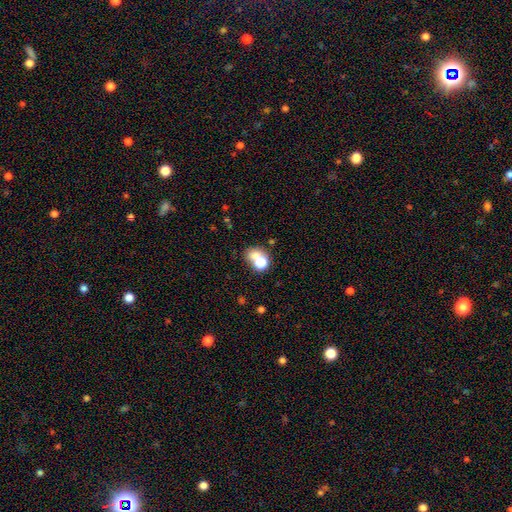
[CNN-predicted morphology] Smooth or featured: smooth — 66% (star or artifact — 18%)
How rounded: round — 61% (in between — 38%)
Merging: merger — 47% (none — 38%)